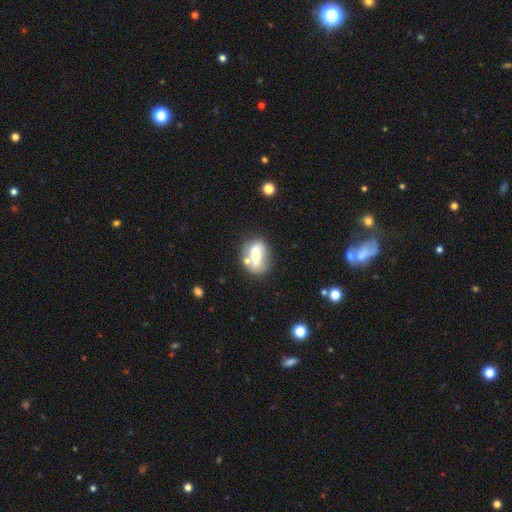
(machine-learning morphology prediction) The model was most divided on "smooth or featured": smooth: 53%, featured or disk: 39%, star or artifact: 9%. Remaining: how rounded — in between (74%); merging — none (42%).